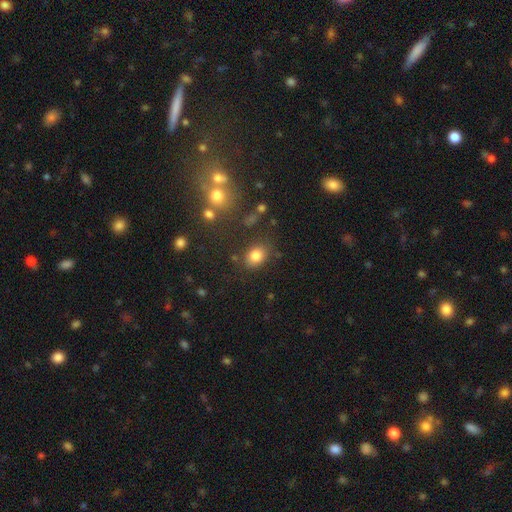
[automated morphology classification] A smooth galaxy with no disk features (81%) that is in between round and cigar-shaped (60%).

Vote fractions:
- Smooth or featured? smooth: 81% / star or artifact: 11% / featured or disk: 7%
- How rounded? in between: 60% / round: 39% / cigar-shaped: 1%
- Merging? none: 78% / minor disturbance: 13% / major disturbance: 5% / merger: 4%